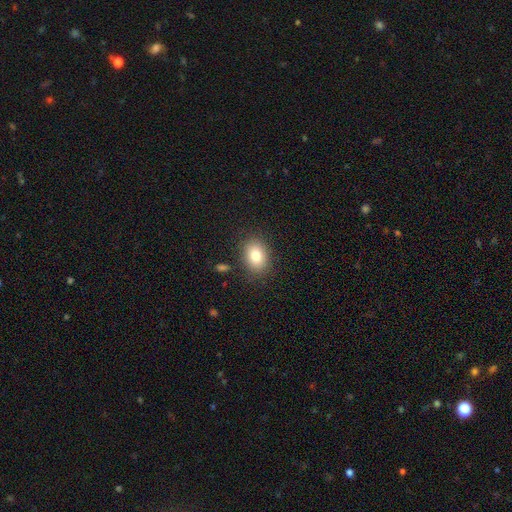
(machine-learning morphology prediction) Q: Smooth or featured?
A: smooth (82%); runner-up: featured or disk (9%)
Q: How rounded?
A: in between (67%); runner-up: round (32%)
Q: Merging?
A: none (84%); runner-up: minor disturbance (10%)